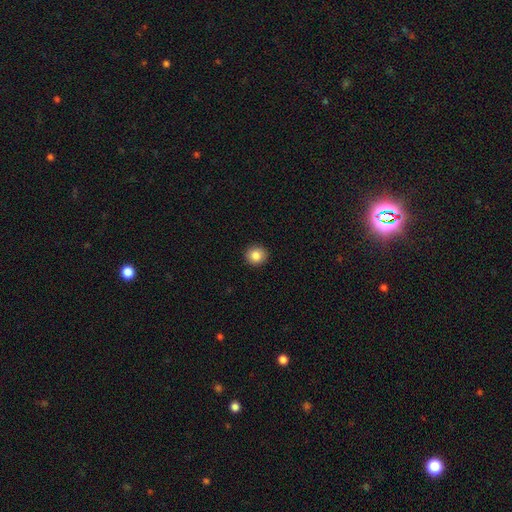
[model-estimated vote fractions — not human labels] smooth 86%, star or artifact 9%, featured or disk 5%. Down the decision tree: how rounded — round (92%); merging — none (92%).